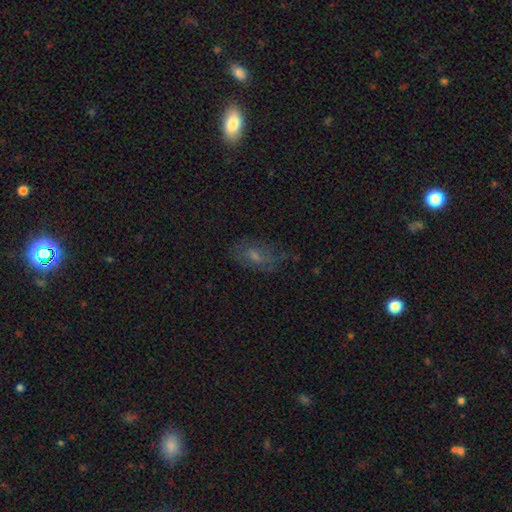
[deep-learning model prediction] This is marginally a smooth galaxy (42%). Merging: possibly none (58%).